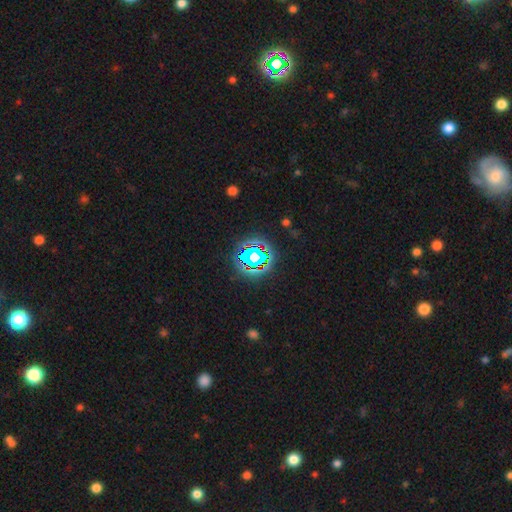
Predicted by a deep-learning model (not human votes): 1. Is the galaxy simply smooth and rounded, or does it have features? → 81% star or artifact, 12% smooth, 7% featured or disk.